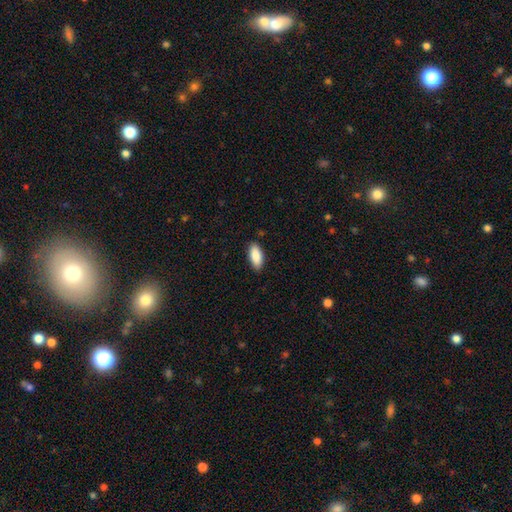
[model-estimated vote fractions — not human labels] Smooth or featured? Predicted: smooth (p=0.89). How rounded? Predicted: in between (p=0.86). Merging? Predicted: none (p=0.88).